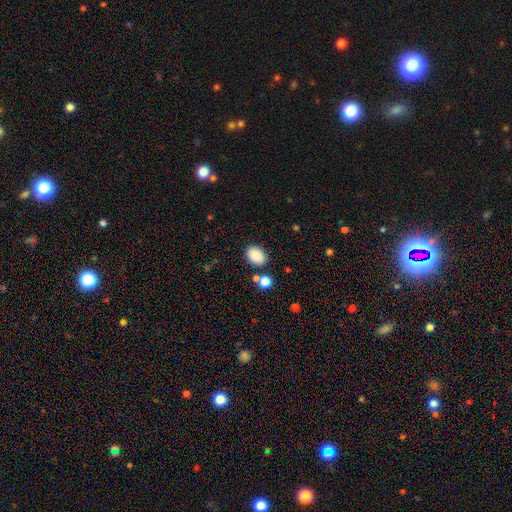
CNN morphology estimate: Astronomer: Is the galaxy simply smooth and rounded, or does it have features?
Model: smooth — 87%.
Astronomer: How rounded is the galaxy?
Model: in between — 78%.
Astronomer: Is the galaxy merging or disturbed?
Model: none — 78%.